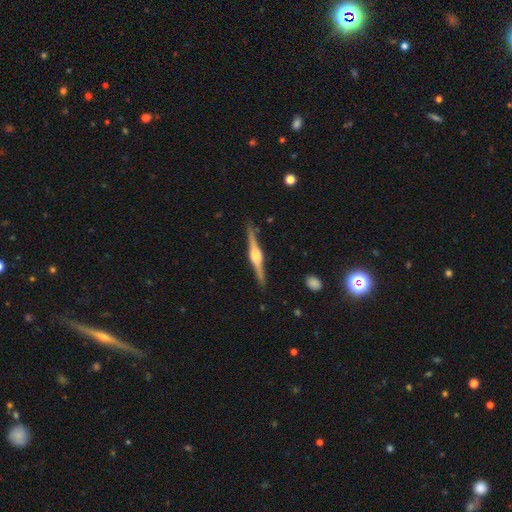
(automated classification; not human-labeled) Q: Smooth or featured?
A: featured or disk (86%); runner-up: smooth (9%)
Q: Edge-on disk?
A: yes (99%); runner-up: no (1%)
Q: Edge-on bulge?
A: rounded (84%); runner-up: boxy (13%)
Q: Merging?
A: none (90%); runner-up: minor disturbance (7%)